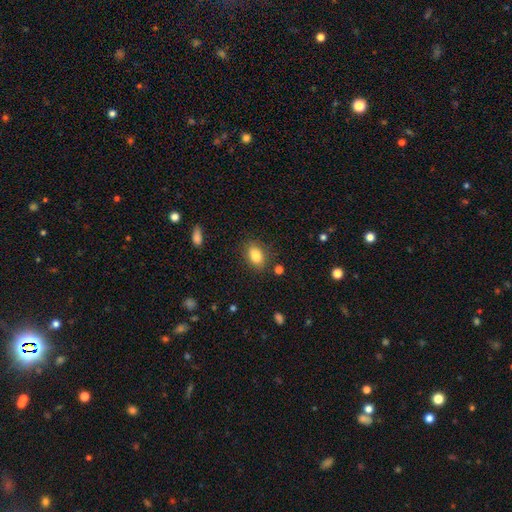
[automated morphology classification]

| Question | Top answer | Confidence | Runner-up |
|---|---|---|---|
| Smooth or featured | smooth | 84% | star or artifact (9%) |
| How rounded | in between | 83% | round (15%) |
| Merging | none | 82% | minor disturbance (12%) |